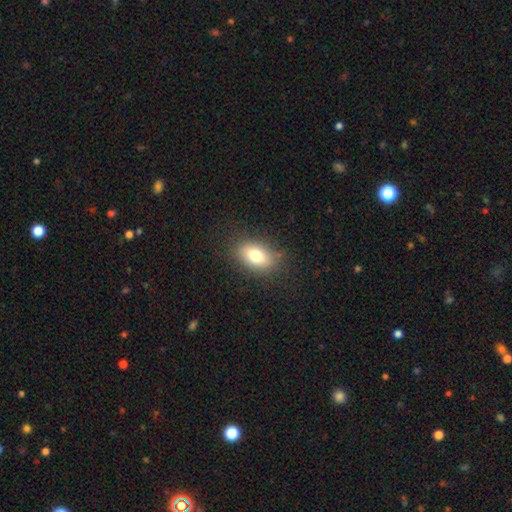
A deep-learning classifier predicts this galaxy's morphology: Smooth or featured? smooth (77%)
How rounded? in between (84%)
Merging? none (81%)